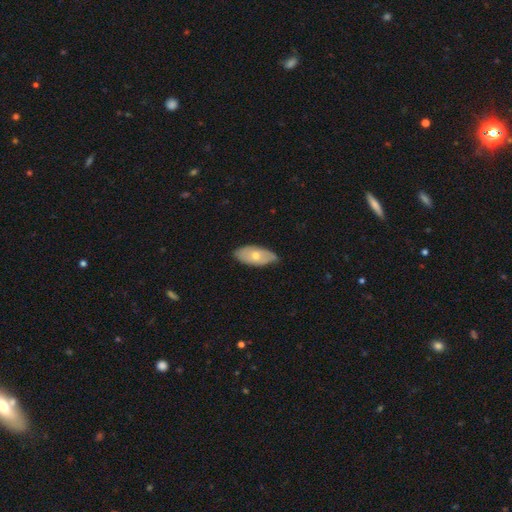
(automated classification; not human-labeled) Smooth or featured? Predicted: smooth (p=0.51). How rounded? Predicted: in between (p=0.90). Merging? Predicted: none (p=0.75).